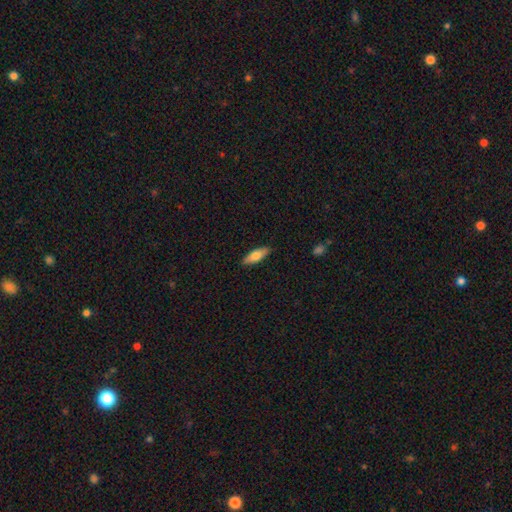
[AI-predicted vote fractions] Smooth or featured? Predicted: smooth (p=0.72). How rounded? Predicted: in between (p=0.59). Merging? Predicted: none (p=0.88).